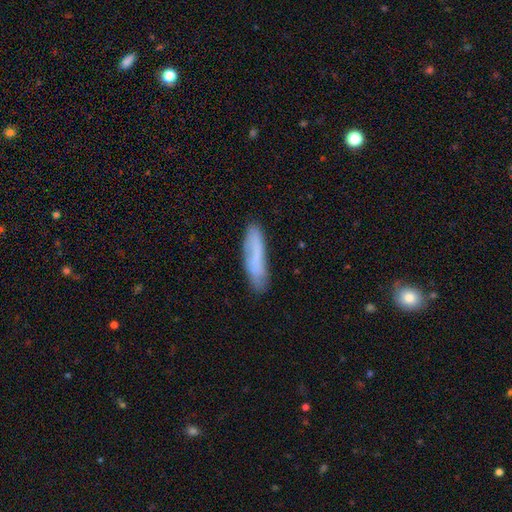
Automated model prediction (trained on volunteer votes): Smooth or featured? smooth (64%)
How rounded? cigar-shaped (75%)
Merging? none (76%)